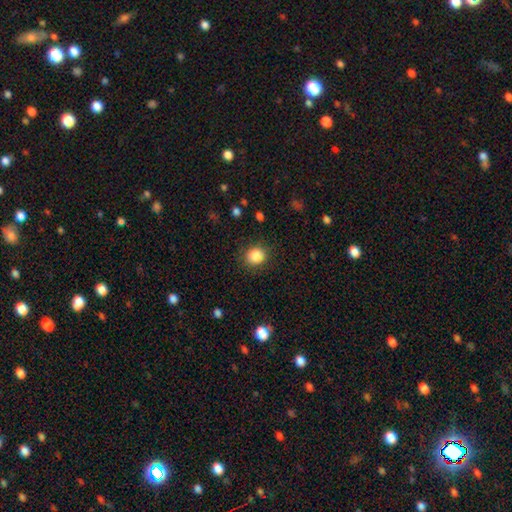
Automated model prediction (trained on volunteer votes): Morphology: type=smooth (85%); roundness=round (81%); merging=none (87%).